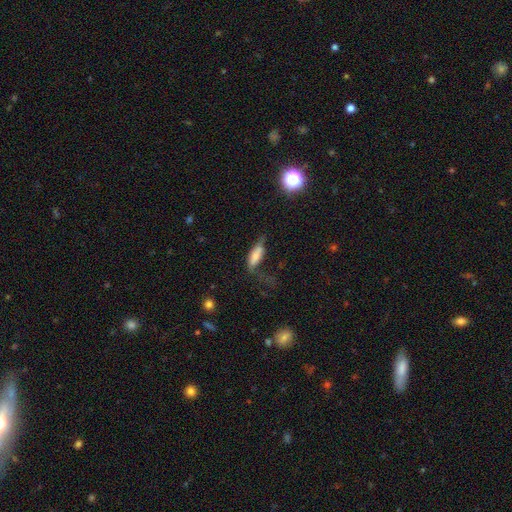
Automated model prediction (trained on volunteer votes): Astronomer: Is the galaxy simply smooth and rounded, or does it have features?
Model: smooth — 64%.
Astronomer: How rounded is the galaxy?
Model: in between — 61% (runner-up: cigar-shaped, 36%).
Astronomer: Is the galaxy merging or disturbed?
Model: major disturbance — 38% (runner-up: none, 29%).